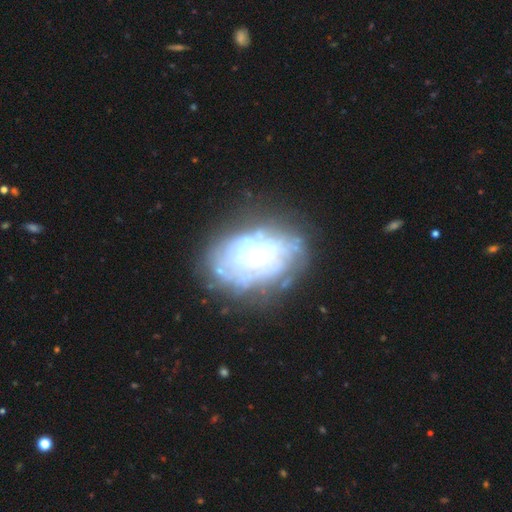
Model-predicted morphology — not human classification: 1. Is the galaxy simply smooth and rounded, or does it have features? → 73% featured or disk, 19% smooth, 8% star or artifact.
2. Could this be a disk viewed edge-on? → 97% no, 3% yes.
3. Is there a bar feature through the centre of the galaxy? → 79% no, 17% weak, 4% strong.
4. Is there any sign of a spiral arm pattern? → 66% yes, 34% no.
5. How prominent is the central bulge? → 61% small, 27% moderate, 6% none, 5% large, 2% dominant.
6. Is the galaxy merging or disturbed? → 66% none, 20% minor disturbance, 11% major disturbance, 3% merger.